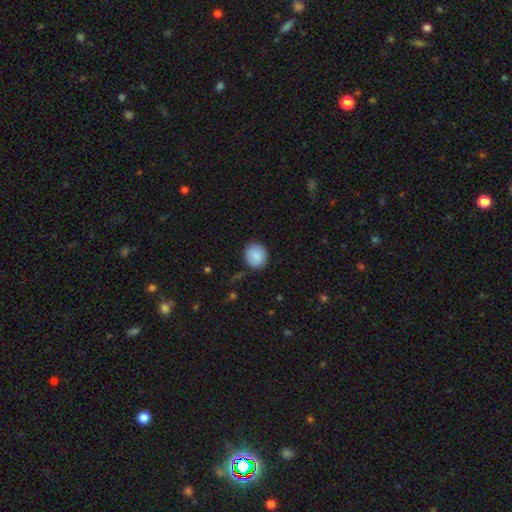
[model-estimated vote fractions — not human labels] A smooth galaxy with no disk features (88%) that is round (80%).

Vote fractions:
- Smooth or featured? smooth: 88% / star or artifact: 7% / featured or disk: 5%
- How rounded? round: 80% / in between: 19% / cigar-shaped: 1%
- Merging? none: 87% / minor disturbance: 10% / major disturbance: 2% / merger: 1%